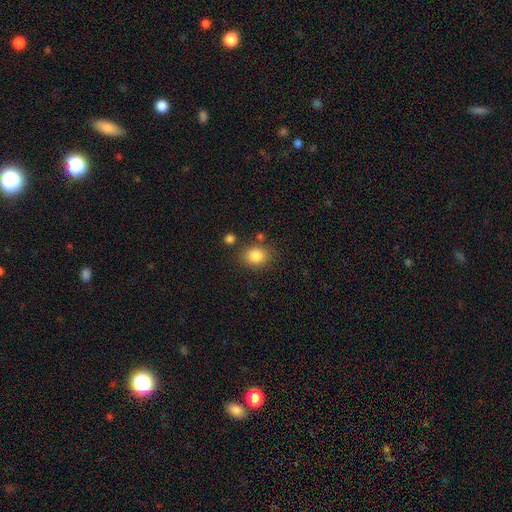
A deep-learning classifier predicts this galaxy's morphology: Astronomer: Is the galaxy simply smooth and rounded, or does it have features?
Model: smooth — 85%.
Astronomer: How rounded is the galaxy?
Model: round — 52% (runner-up: in between, 47%).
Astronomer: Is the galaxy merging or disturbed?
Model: none — 78%.